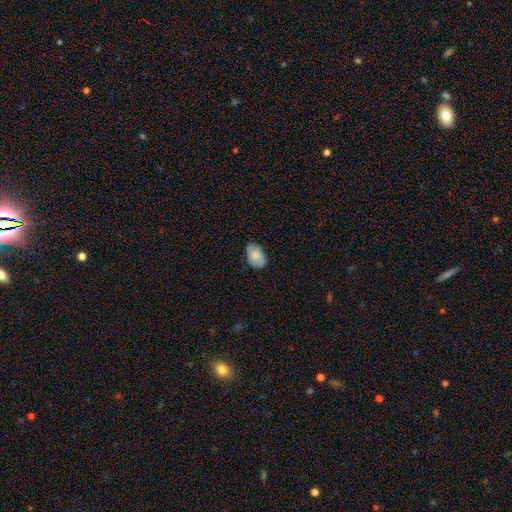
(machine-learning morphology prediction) smooth 71%, featured or disk 22%, star or artifact 7%. Down the decision tree: how rounded — in between (88%); merging — none (75%).